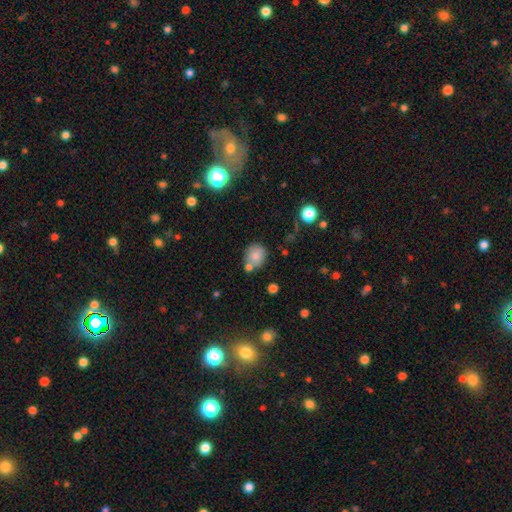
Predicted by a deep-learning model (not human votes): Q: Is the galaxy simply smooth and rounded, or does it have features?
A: smooth — 76%.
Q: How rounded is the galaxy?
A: round — 75%.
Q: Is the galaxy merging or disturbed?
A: none — 62%.